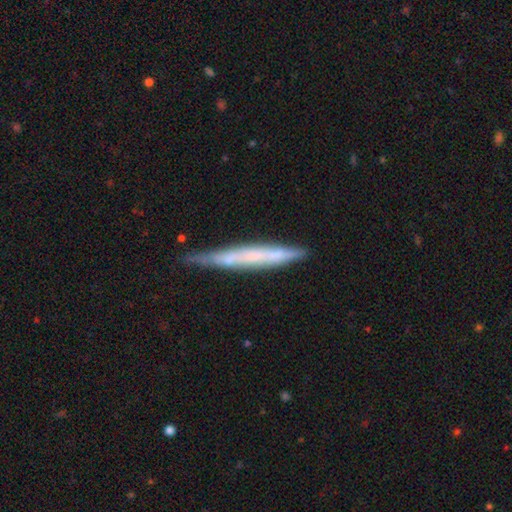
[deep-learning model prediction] Smooth or featured: featured or disk — 48% (smooth — 46%)
Merging: none — 76% (minor disturbance — 19%)